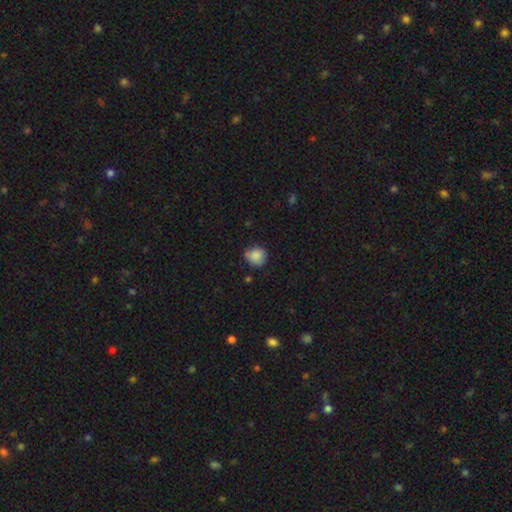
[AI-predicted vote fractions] Morphology: type=smooth (84%); roundness=round (82%); merging=none (69%).